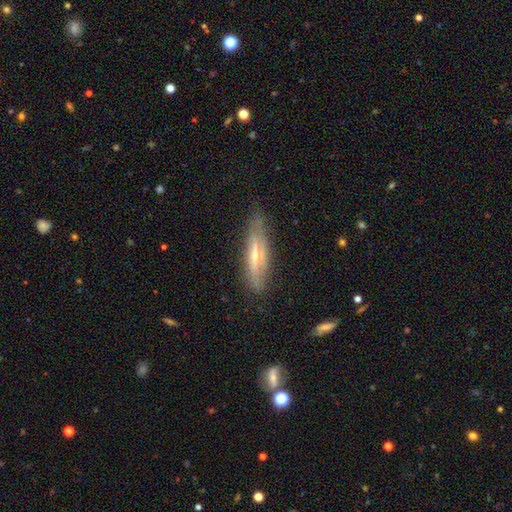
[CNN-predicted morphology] This is likely a featured or disk galaxy (64%). It is clearly viewed edge-on (86%). Edge-on bulge: likely rounded (71%). Merging: likely none (79%).